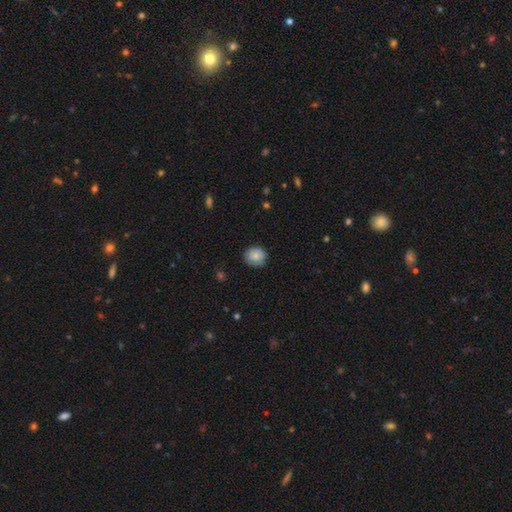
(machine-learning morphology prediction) Smooth or featured? Predicted: smooth (p=0.84). How rounded? Predicted: round (p=0.83). Merging? Predicted: none (p=0.84).